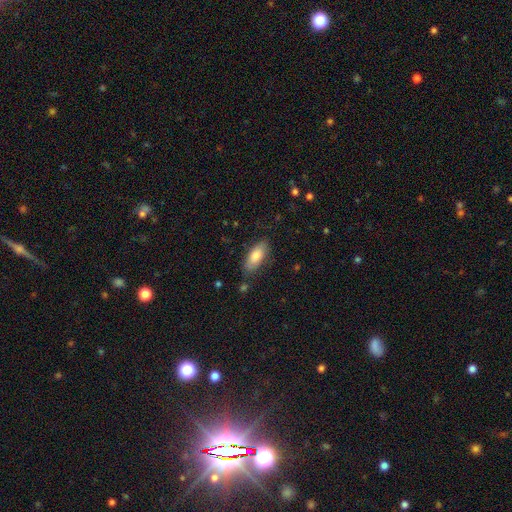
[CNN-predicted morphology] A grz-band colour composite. It shows a smooth galaxy with no disk features (76%) that is in between round and cigar-shaped (85%). Merging: none (76%).